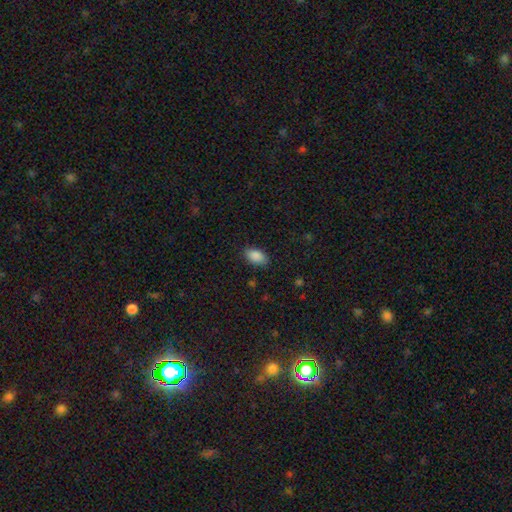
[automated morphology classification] type=smooth (89%); roundness=in between (93%); merging=none (85%).